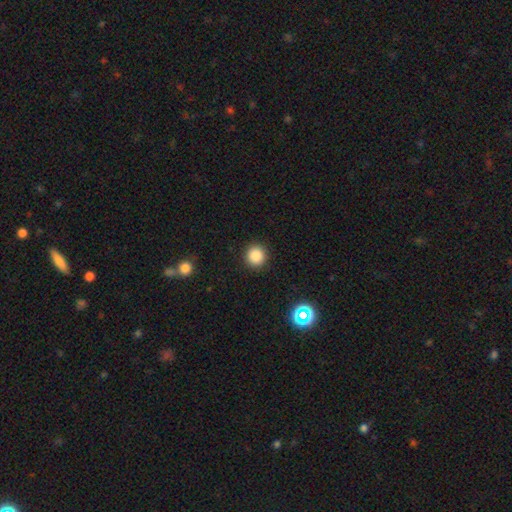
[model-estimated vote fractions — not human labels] smooth_or_featured: smooth (p=0.86) [alt: star or artifact p=0.11]
how_rounded: round (p=0.93) [alt: in between p=0.06]
merging: none (p=0.92) [alt: minor disturbance p=0.05]